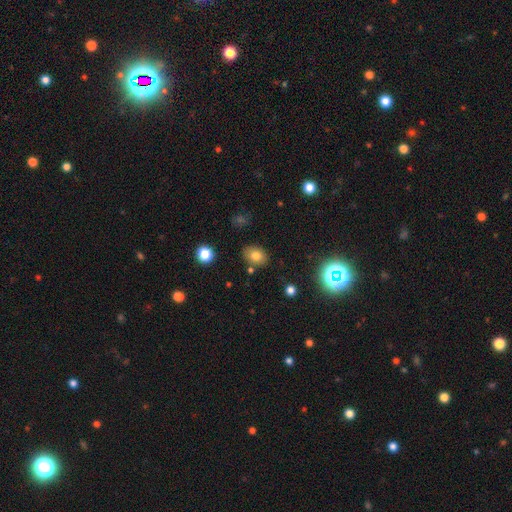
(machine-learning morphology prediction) Smooth or featured? Predicted: smooth (p=0.76). How rounded? Predicted: in between (p=0.69). Merging? Predicted: none (p=0.81).